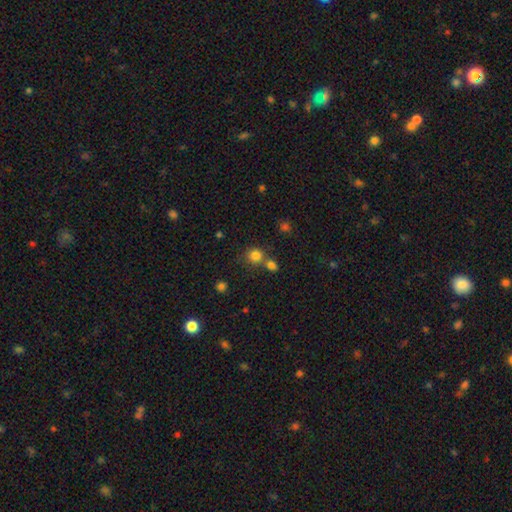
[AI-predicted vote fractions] The model was most divided on "merging": none: 59%, merger: 28%, minor disturbance: 9%, major disturbance: 4%. More confident: how rounded — round (86%); smooth or featured — smooth (80%).